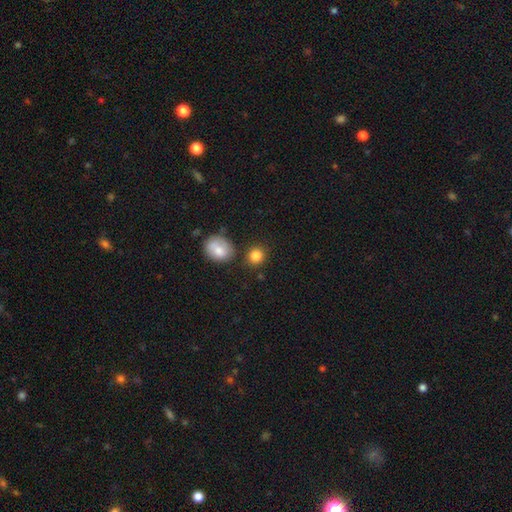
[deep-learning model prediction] A smooth galaxy with no disk features (85%) that is round (83%).

Vote fractions:
- Smooth or featured? smooth: 85% / star or artifact: 10% / featured or disk: 5%
- How rounded? round: 83% / in between: 16% / cigar-shaped: 1%
- Merging? none: 79% / minor disturbance: 10% / merger: 8% / major disturbance: 3%